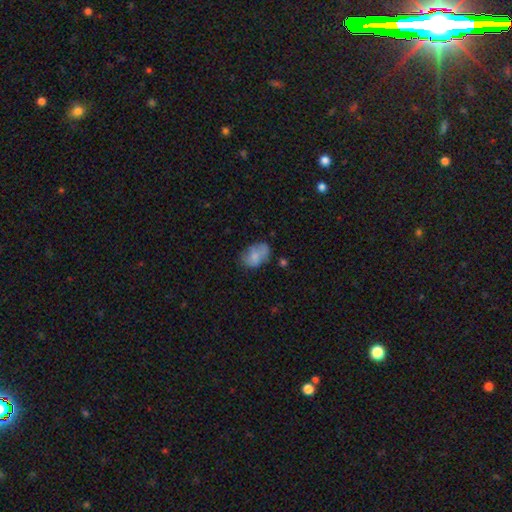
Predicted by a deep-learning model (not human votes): This appears to be a smooth galaxy with no disk features (71%) that is in between round and cigar-shaped (80%). Merging: none (49%).